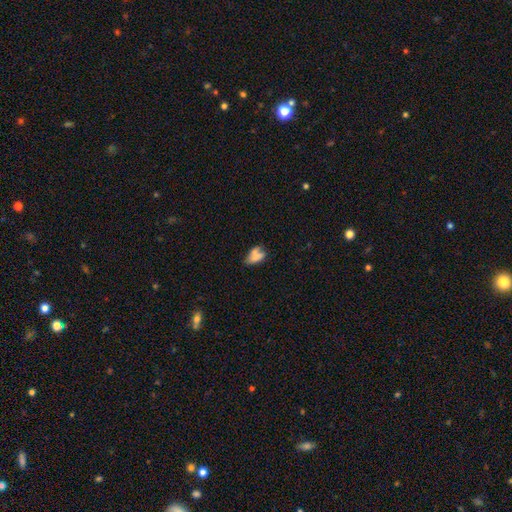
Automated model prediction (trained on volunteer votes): smooth 67%, featured or disk 21%, star or artifact 12%. Down the decision tree: how rounded — in between (86%); merging — none (37%).